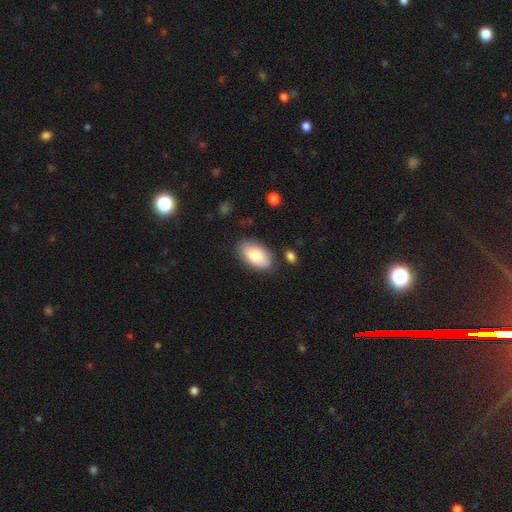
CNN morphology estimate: type=smooth (84%); roundness=in between (95%); merging=none (81%).